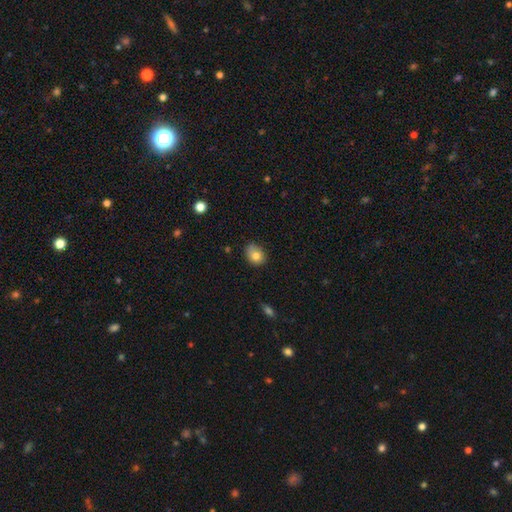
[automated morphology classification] Smooth or featured? Predicted: smooth (p=0.80). How rounded? Predicted: in between (p=0.51). Merging? Predicted: none (p=0.62).